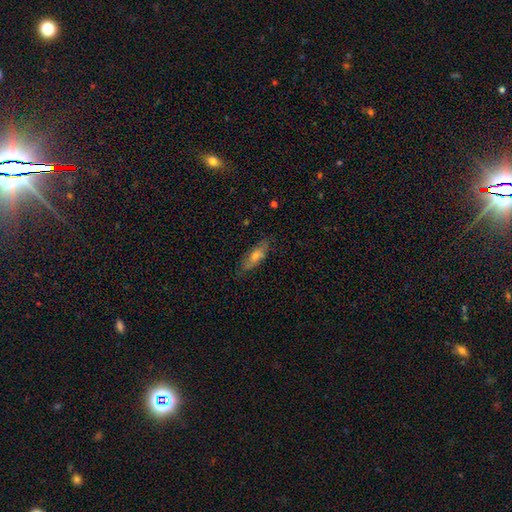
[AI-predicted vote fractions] This is possibly a smooth galaxy (53%). How rounded: likely in between (62%). Merging: likely none (76%).